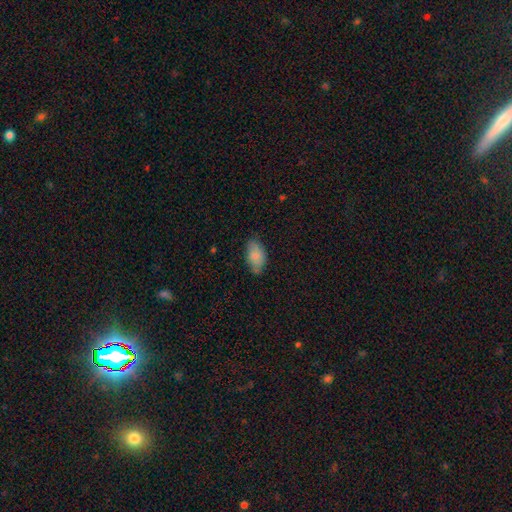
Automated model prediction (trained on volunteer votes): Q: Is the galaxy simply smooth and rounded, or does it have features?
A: smooth — 81%.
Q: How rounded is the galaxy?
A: in between — 93%.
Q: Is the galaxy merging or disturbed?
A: none — 69%.